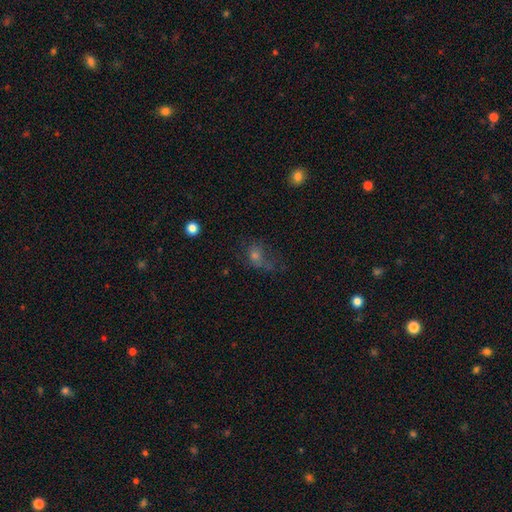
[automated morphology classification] Q: Smooth or featured?
A: smooth (46%); runner-up: featured or disk (28%)
Q: Merging?
A: major disturbance (39%); runner-up: none (36%)